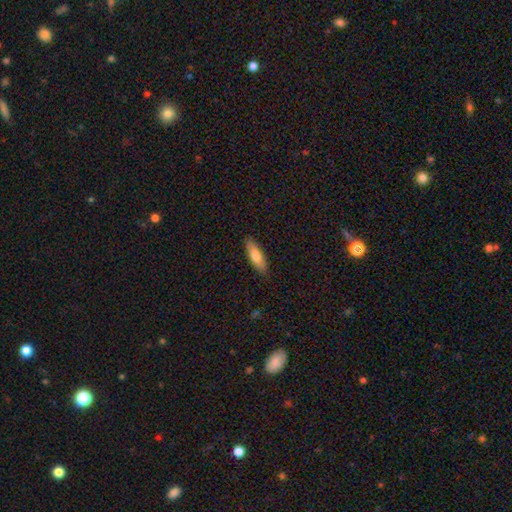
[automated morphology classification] Smooth or featured? Predicted: smooth (p=0.77). How rounded? Predicted: cigar-shaped (p=0.51). Merging? Predicted: none (p=0.88).